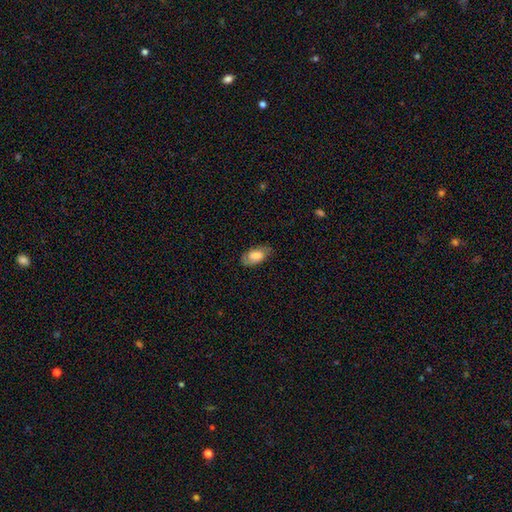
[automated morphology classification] type=smooth (68%); roundness=in between (93%); merging=none (71%).